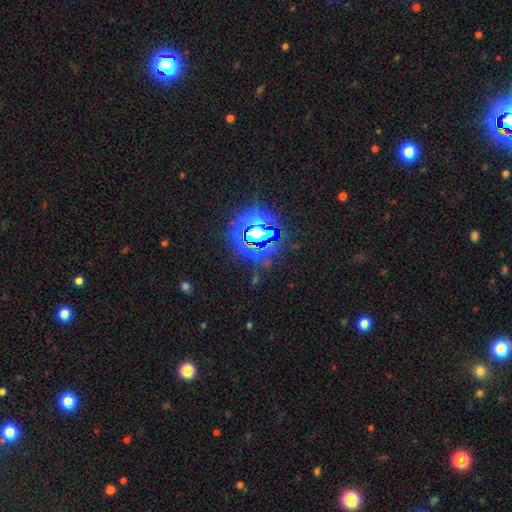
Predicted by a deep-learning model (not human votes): Smooth or featured?
  - star or artifact: 83% *
  - smooth: 10%
  - featured or disk: 7%